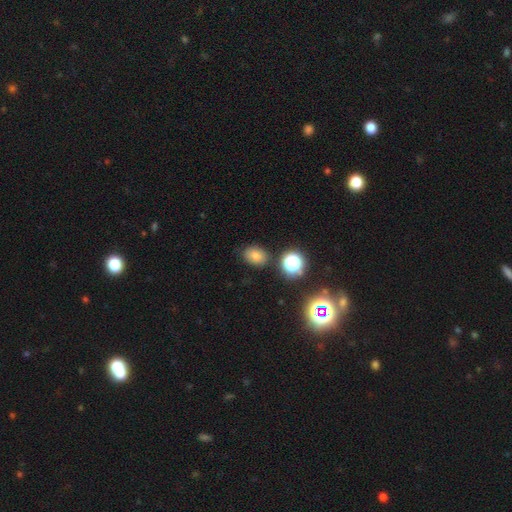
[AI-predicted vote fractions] This is likely a smooth galaxy (75%). How rounded: likely in between (63%). Merging: clearly none (81%).